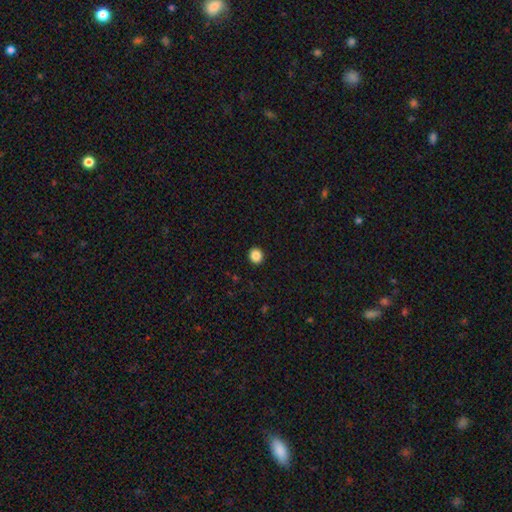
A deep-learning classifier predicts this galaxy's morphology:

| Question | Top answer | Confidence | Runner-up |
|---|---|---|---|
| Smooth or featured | smooth | 87% | star or artifact (10%) |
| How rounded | round | 84% | in between (15%) |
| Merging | none | 93% | minor disturbance (5%) |